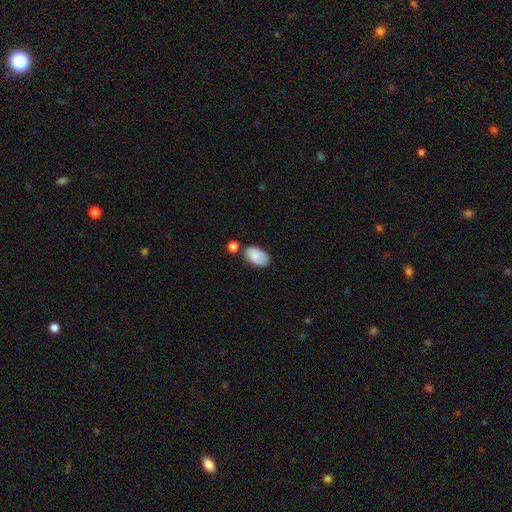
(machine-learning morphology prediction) Smooth or featured: smooth — 85% (featured or disk — 8%)
How rounded: in between — 94% (round — 5%)
Merging: none — 64% (minor disturbance — 20%)